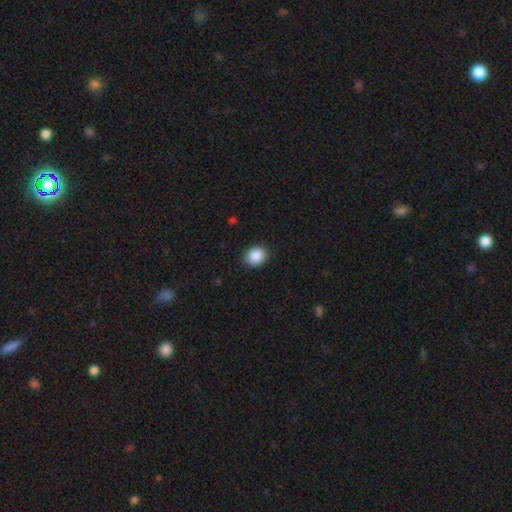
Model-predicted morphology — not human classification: Smooth or featured?
  - smooth: 89% *
  - star or artifact: 8%
  - featured or disk: 3%
How rounded?
  - round: 65% *
  - in between: 35%
  - cigar-shaped: 1%
Merging?
  - none: 89% *
  - minor disturbance: 8%
  - major disturbance: 2%
  - merger: 1%